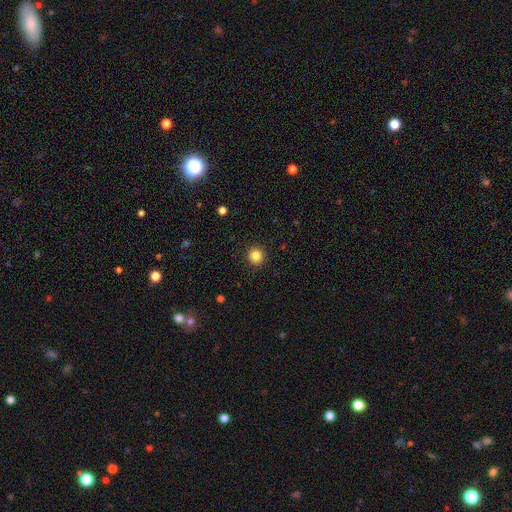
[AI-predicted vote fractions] Smooth or featured?
  - smooth: 84% *
  - star or artifact: 11%
  - featured or disk: 4%
How rounded?
  - round: 94% *
  - in between: 5%
  - cigar-shaped: 1%
Merging?
  - none: 92% *
  - minor disturbance: 5%
  - major disturbance: 2%
  - merger: 1%